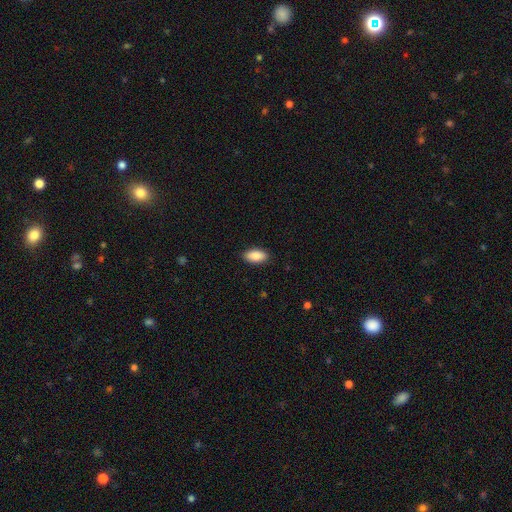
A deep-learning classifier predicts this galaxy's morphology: Smooth or featured? smooth (89%)
How rounded? in between (93%)
Merging? none (89%)